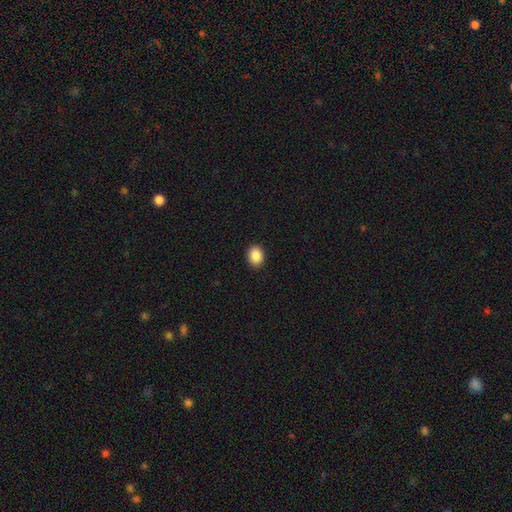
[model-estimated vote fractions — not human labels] smooth-or-featured: smooth: 88% | star or artifact: 8% | featured or disk: 3%
  how-rounded: in between: 58% | round: 41% | cigar-shaped: 1%
  merging: none: 91% | minor disturbance: 6% | major disturbance: 2% | merger: 1%